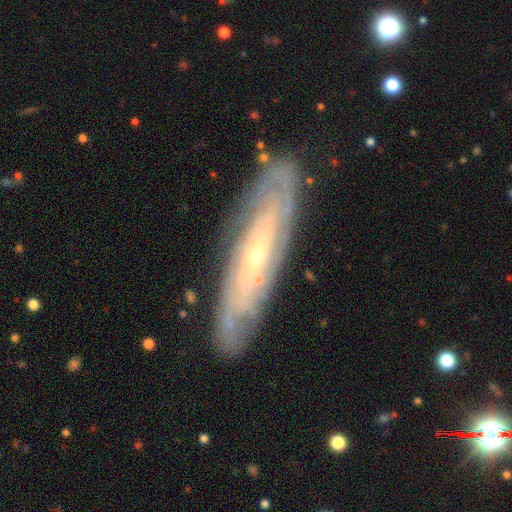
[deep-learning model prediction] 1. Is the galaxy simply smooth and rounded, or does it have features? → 80% featured or disk, 14% smooth, 6% star or artifact.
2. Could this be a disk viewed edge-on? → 70% no, 30% yes.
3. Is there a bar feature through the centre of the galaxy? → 67% no, 24% weak, 9% strong.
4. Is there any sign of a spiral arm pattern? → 89% yes, 11% no.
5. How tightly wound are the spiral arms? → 78% tight, 18% medium, 5% loose.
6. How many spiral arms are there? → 61% can't tell, 12% 2, 8% 4, 7% more than 4, 7% 3, 4% 1.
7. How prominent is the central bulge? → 81% small, 15% moderate, 2% none, 1% large, 1% dominant.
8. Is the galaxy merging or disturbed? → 85% none, 11% minor disturbance, 2% major disturbance, 1% merger.